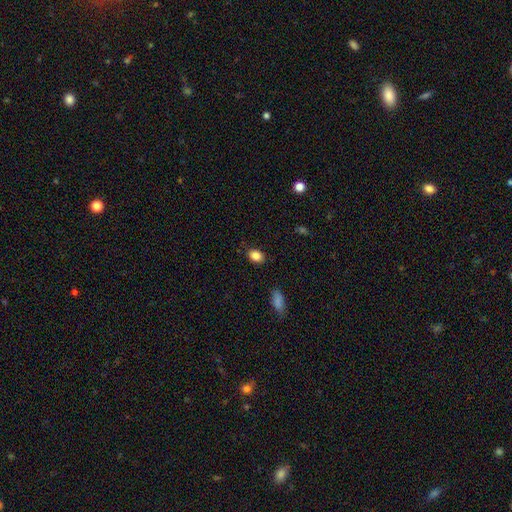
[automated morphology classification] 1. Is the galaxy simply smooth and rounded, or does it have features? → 86% smooth, 9% star or artifact, 5% featured or disk.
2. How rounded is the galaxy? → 75% in between, 24% round, 1% cigar-shaped.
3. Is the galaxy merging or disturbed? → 85% none, 11% minor disturbance, 3% major disturbance, 2% merger.